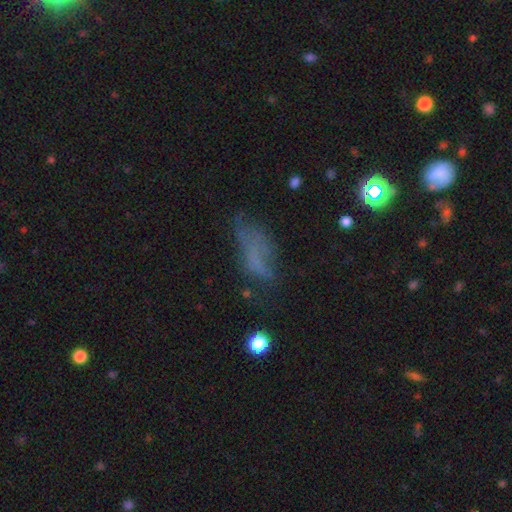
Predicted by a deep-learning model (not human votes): The model was most divided on "merging": none: 42%, major disturbance: 27%, minor disturbance: 27%, merger: 4%. Remaining: smooth or featured — smooth (49%).